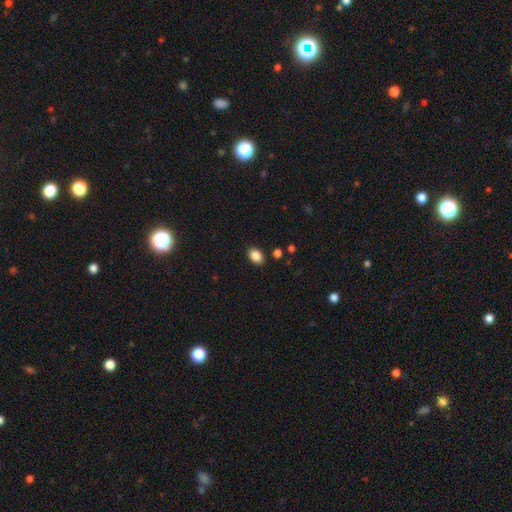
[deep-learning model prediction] smooth_or_featured: smooth (p=0.87) [alt: star or artifact p=0.09]
how_rounded: in between (p=0.80) [alt: round p=0.19]
merging: none (p=0.87) [alt: minor disturbance p=0.09]